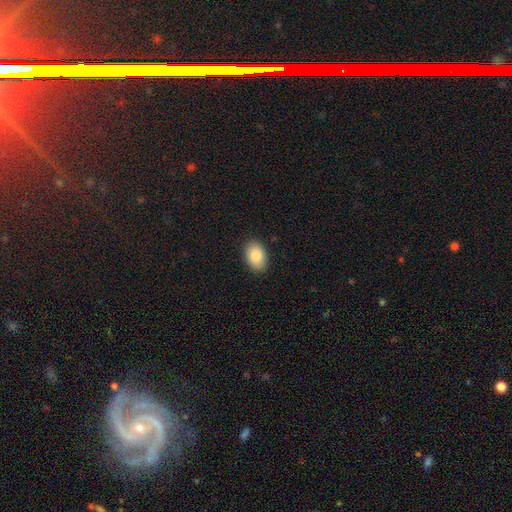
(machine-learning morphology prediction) Smooth or featured: smooth — 87% (star or artifact — 7%)
How rounded: in between — 89% (round — 10%)
Merging: none — 89% (minor disturbance — 8%)